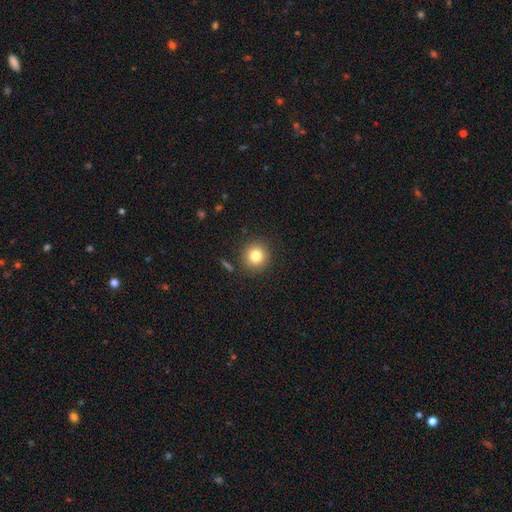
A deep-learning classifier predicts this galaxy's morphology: This appears to be a smooth galaxy with no disk features (81%) that is round (93%). Merging: none (89%).